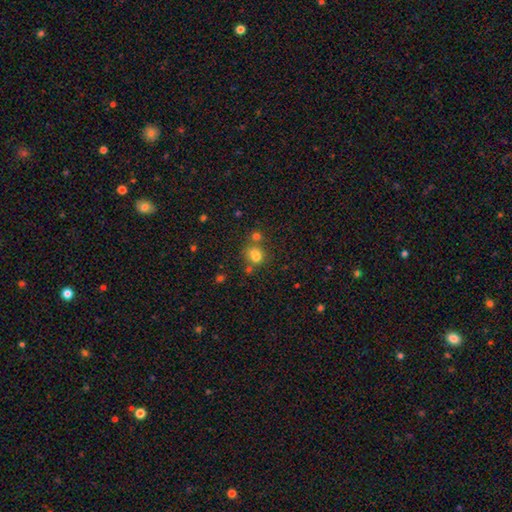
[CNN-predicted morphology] A smooth galaxy with no disk features (77%) that is round (65%).

Vote fractions:
- Smooth or featured? smooth: 77% / star or artifact: 15% / featured or disk: 8%
- How rounded? round: 65% / in between: 34% / cigar-shaped: 1%
- Merging? none: 56% / merger: 25% / minor disturbance: 13% / major disturbance: 5%